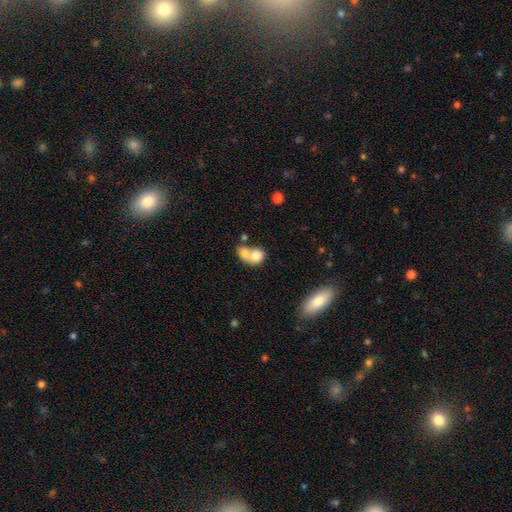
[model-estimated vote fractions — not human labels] Smooth or featured? Predicted: smooth (p=0.76). How rounded? Predicted: round (p=0.56). Merging? Predicted: merger (p=0.69).